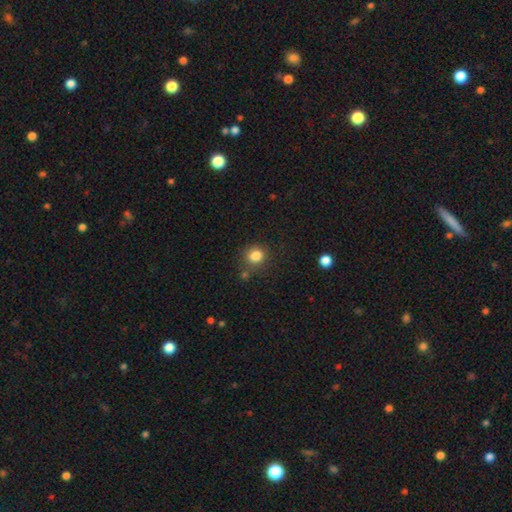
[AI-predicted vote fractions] smooth-or-featured: smooth: 83% | star or artifact: 12% | featured or disk: 5%
  how-rounded: round: 81% | in between: 18% | cigar-shaped: 1%
  merging: none: 77% | minor disturbance: 12% | merger: 6% | major disturbance: 4%